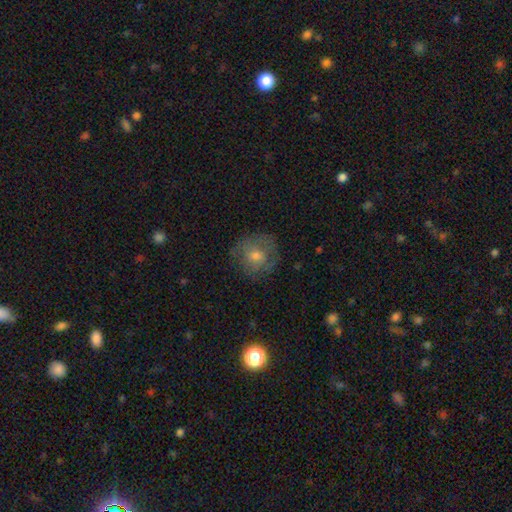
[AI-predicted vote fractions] Morphology: type=smooth (55%); roundness=round (87%); merging=none (74%).